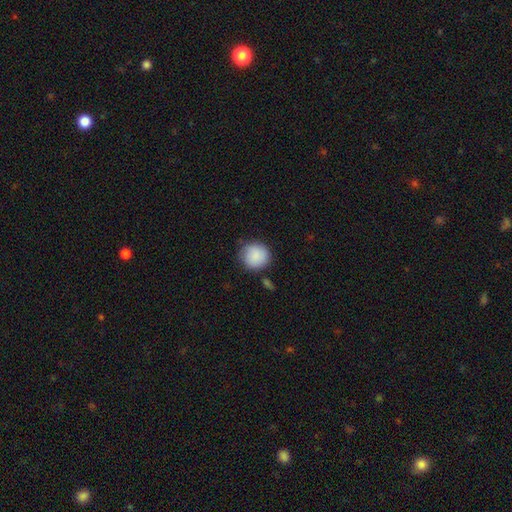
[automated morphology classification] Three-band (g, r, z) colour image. It shows a smooth galaxy with no disk features (89%) that is round (90%). Merging: none (78%).